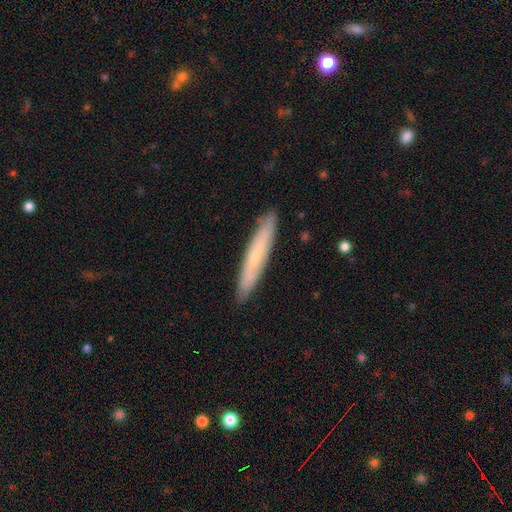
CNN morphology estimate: This appears to be a smooth galaxy with no disk features (58%) that is cigar-shaped (94%). Merging: none (90%).